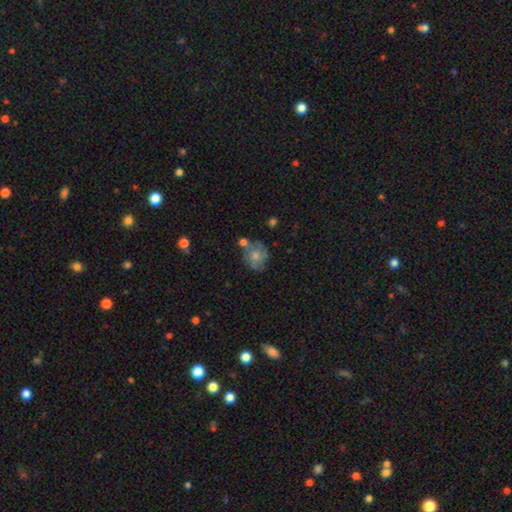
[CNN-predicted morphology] smooth-or-featured: smooth: 55% | featured or disk: 36% | star or artifact: 9%
  how-rounded: round: 68% | in between: 31% | cigar-shaped: 1%
  merging: none: 46% | minor disturbance: 23% | merger: 19% | major disturbance: 12%